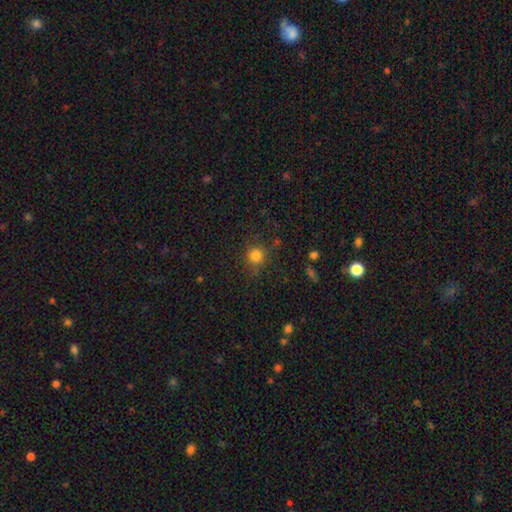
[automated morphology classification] Smooth or featured? smooth (81%)
How rounded? round (91%)
Merging? none (80%)